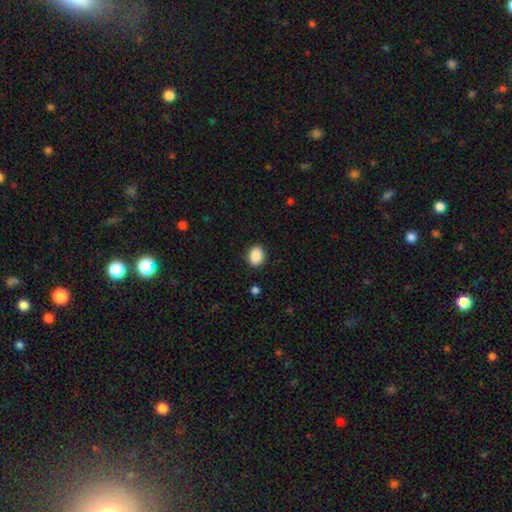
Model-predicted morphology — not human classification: Smooth or featured? Predicted: smooth (p=0.88). How rounded? Predicted: in between (p=0.51). Merging? Predicted: none (p=0.88).